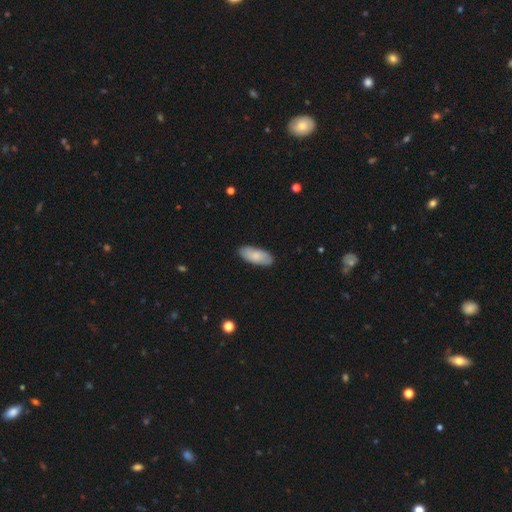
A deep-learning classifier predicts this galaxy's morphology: Q: Smooth or featured?
A: smooth (80%); runner-up: featured or disk (15%)
Q: How rounded?
A: in between (85%); runner-up: cigar-shaped (13%)
Q: Merging?
A: none (86%); runner-up: minor disturbance (11%)